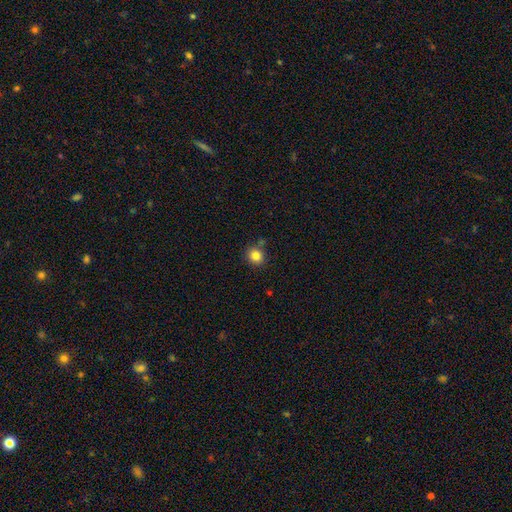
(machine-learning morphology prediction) smooth-or-featured: smooth: 83% | star or artifact: 11% | featured or disk: 6%
  how-rounded: round: 83% | in between: 16% | cigar-shaped: 1%
  merging: none: 80% | minor disturbance: 11% | merger: 7% | major disturbance: 3%